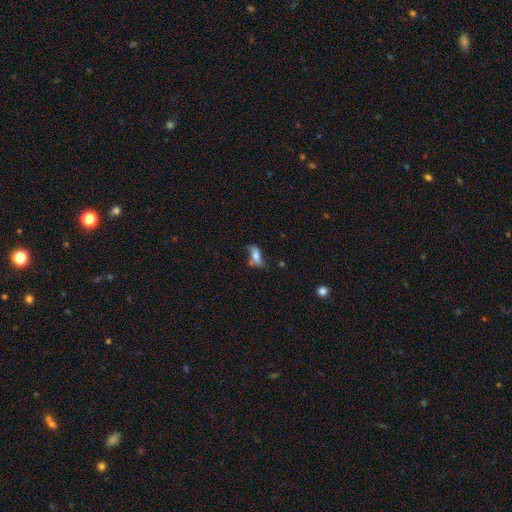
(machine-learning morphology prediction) A smooth galaxy with no disk features (59%) that is in between round and cigar-shaped (72%).

Vote fractions:
- Smooth or featured? smooth: 59% / featured or disk: 32% / star or artifact: 10%
- How rounded? in between: 72% / cigar-shaped: 24% / round: 4%
- Merging? none: 46% / minor disturbance: 29% / major disturbance: 16% / merger: 9%